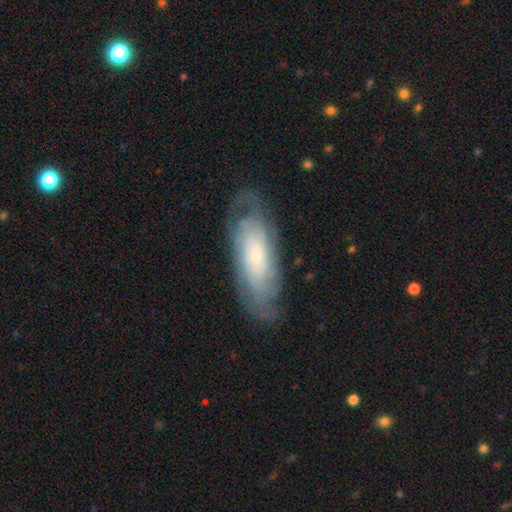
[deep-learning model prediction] Q: Smooth or featured?
A: featured or disk (68%); runner-up: smooth (26%)
Q: Edge-on disk?
A: no (86%); runner-up: yes (14%)
Q: Bar?
A: no (74%); runner-up: weak (21%)
Q: Spiral arms?
A: yes (87%); runner-up: no (13%)
Q: Spiral winding?
A: tight (66%); runner-up: medium (26%)
Q: Spiral arm count?
A: can't tell (60%); runner-up: 2 (17%)
Q: Bulge size?
A: small (56%); runner-up: moderate (29%)
Q: Merging?
A: none (73%); runner-up: minor disturbance (18%)